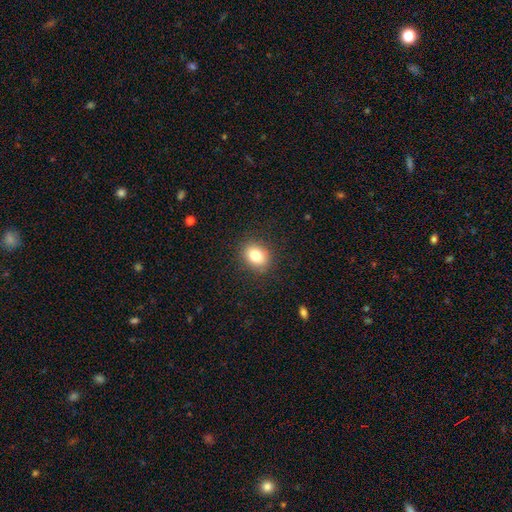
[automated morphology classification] Smooth or featured? Predicted: smooth (p=0.81). How rounded? Predicted: in between (p=0.57). Merging? Predicted: none (p=0.87).